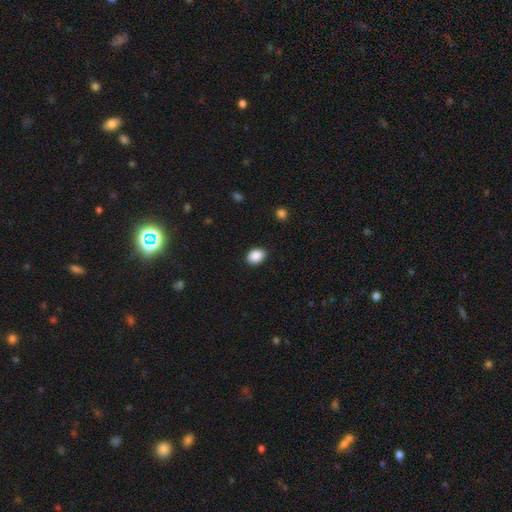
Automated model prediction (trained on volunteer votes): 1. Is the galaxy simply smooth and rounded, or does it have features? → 90% smooth, 8% star or artifact, 3% featured or disk.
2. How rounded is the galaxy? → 71% in between, 28% round, 1% cigar-shaped.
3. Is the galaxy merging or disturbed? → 89% none, 8% minor disturbance, 2% major disturbance, 1% merger.